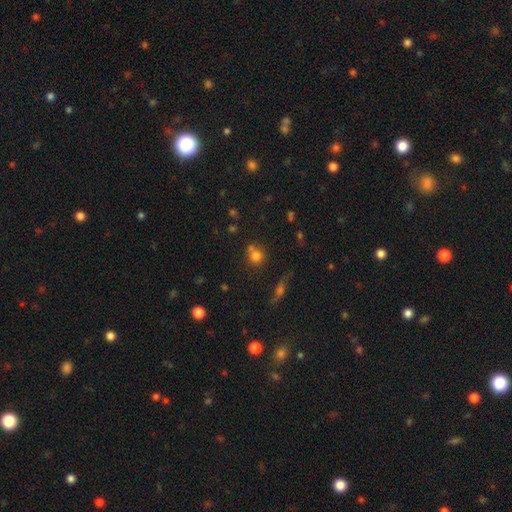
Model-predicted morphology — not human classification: This appears to be a smooth galaxy with no disk features (74%) that is round (86%). Merging: none (58%).